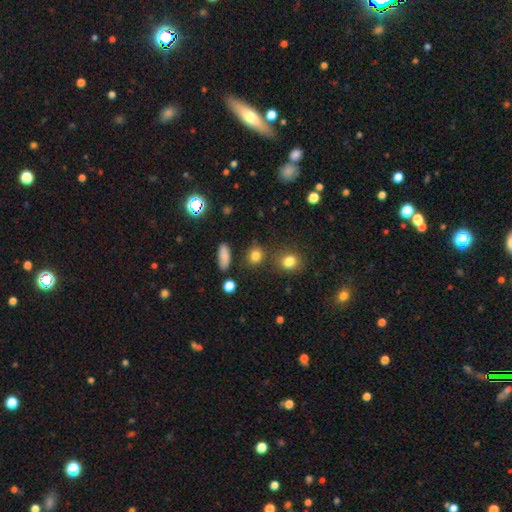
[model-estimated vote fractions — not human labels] Smooth or featured: smooth — 78% (star or artifact — 16%)
How rounded: round — 73% (in between — 24%)
Merging: none — 78% (minor disturbance — 11%)